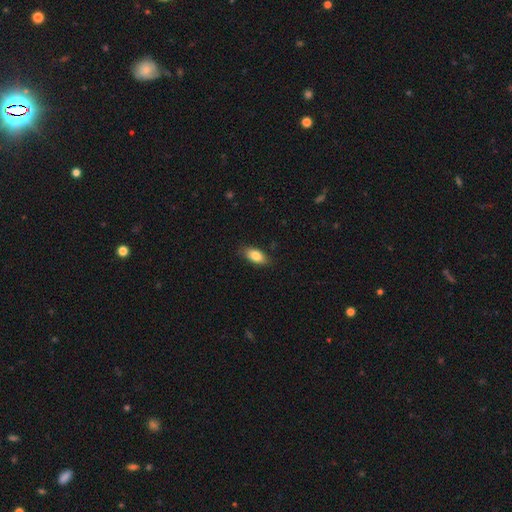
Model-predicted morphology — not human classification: type=smooth (83%); roundness=in between (88%); merging=none (82%).